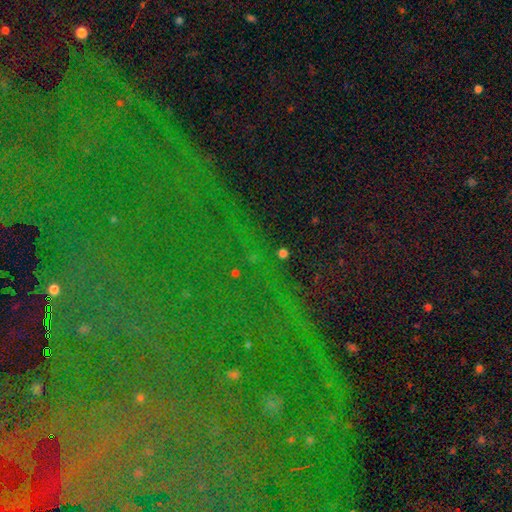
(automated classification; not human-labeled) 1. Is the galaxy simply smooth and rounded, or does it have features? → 83% star or artifact, 9% featured or disk, 8% smooth.